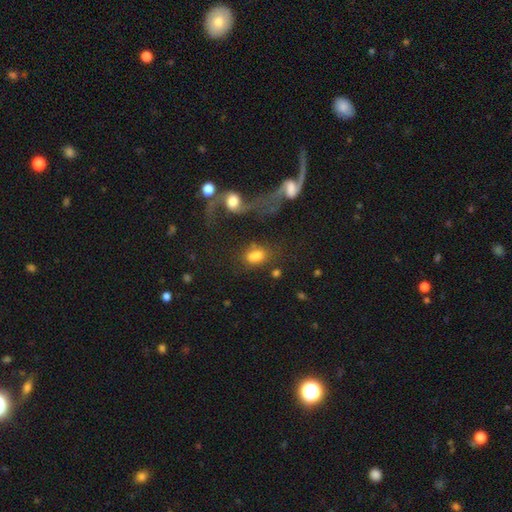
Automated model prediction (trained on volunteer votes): The model was most divided on "merging": none: 37%, merger: 33%, minor disturbance: 16%, major disturbance: 15%. More confident: how rounded — in between (70%); smooth or featured — smooth (67%).